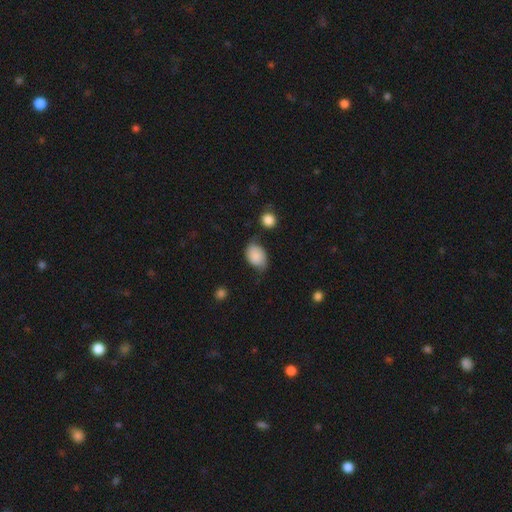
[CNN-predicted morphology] Q: Smooth or featured?
A: smooth (80%); runner-up: featured or disk (13%)
Q: How rounded?
A: in between (83%); runner-up: round (16%)
Q: Merging?
A: none (56%); runner-up: minor disturbance (32%)